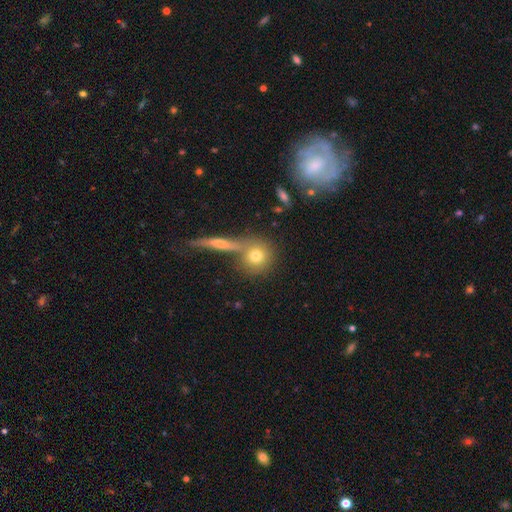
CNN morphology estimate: Smooth or featured?
  - smooth: 72% *
  - featured or disk: 17%
  - star or artifact: 10%
How rounded?
  - round: 86% *
  - in between: 10%
  - cigar-shaped: 4%
Merging?
  - none: 63% *
  - merger: 24%
  - minor disturbance: 9%
  - major disturbance: 4%